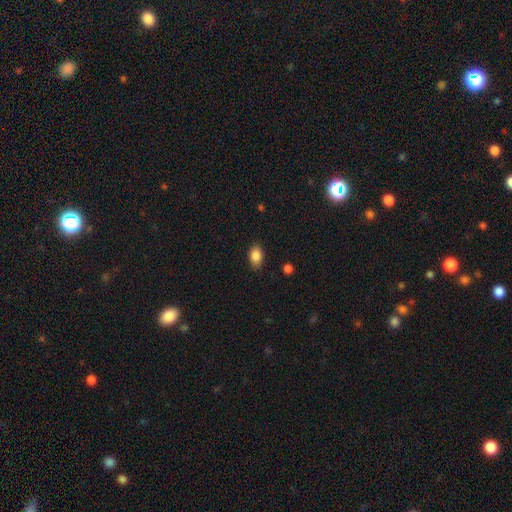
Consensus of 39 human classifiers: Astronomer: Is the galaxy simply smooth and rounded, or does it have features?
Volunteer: smooth — 92%.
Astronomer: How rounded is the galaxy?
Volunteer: in between — 92%.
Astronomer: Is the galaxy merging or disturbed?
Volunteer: none — 78%.